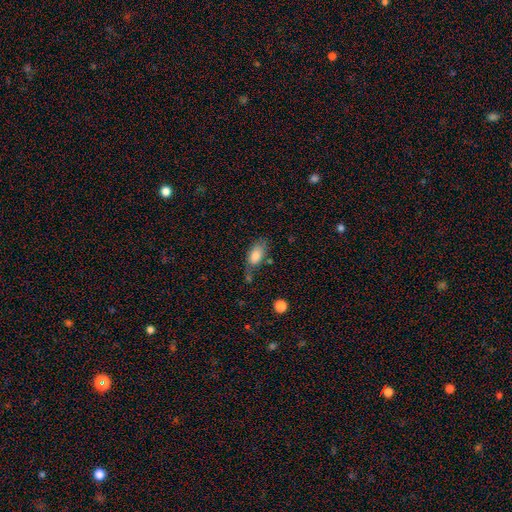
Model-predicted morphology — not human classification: Smooth or featured: smooth — 80% (featured or disk — 12%)
How rounded: in between — 90% (cigar-shaped — 6%)
Merging: none — 49% (minor disturbance — 28%)